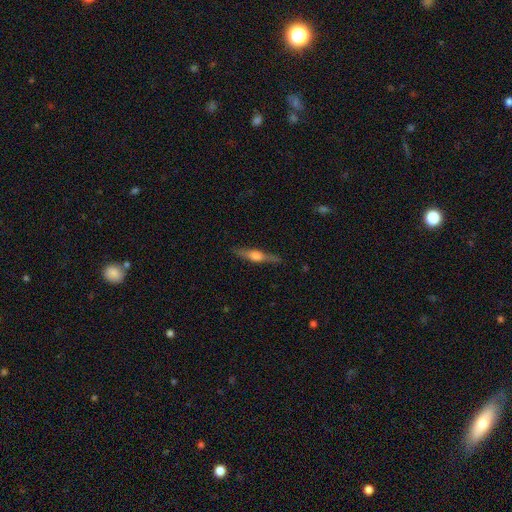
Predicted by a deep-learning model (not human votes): This appears to be a featured or disk galaxy (70%) viewed edge-on (97%) with a rounded central bulge (85%). Merging: none (87%).